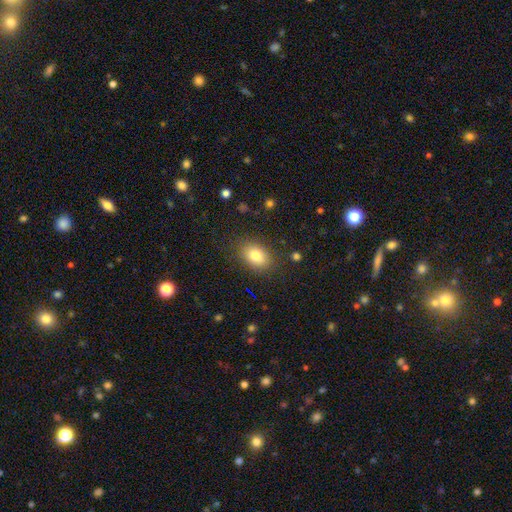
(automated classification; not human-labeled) Smooth or featured? smooth (80%)
How rounded? in between (77%)
Merging? none (84%)